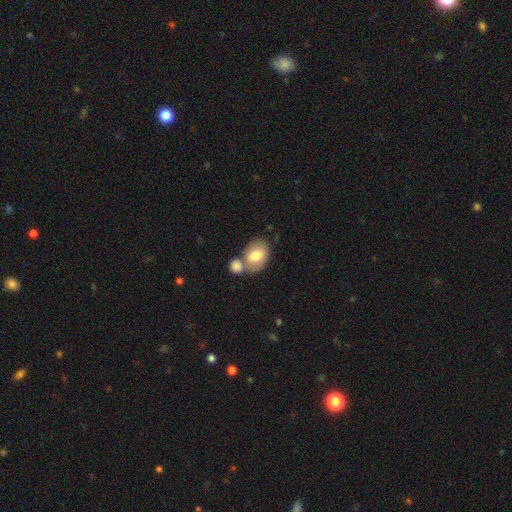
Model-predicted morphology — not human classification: A smooth galaxy with no disk features (74%) that is in between round and cigar-shaped (74%).

Vote fractions:
- Smooth or featured? smooth: 74% / featured or disk: 20% / star or artifact: 6%
- How rounded? in between: 74% / round: 25% / cigar-shaped: 1%
- Merging? none: 42% / merger: 41% / minor disturbance: 12% / major disturbance: 4%